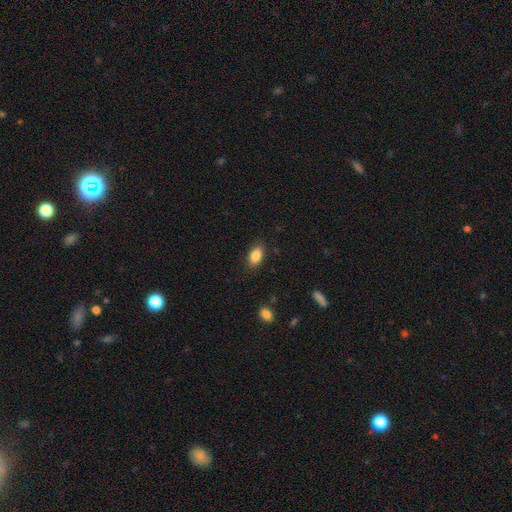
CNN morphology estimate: smooth_or_featured: smooth (p=0.86) [alt: star or artifact p=0.08]
how_rounded: in between (p=0.90) [alt: round p=0.05]
merging: none (p=0.86) [alt: minor disturbance p=0.10]